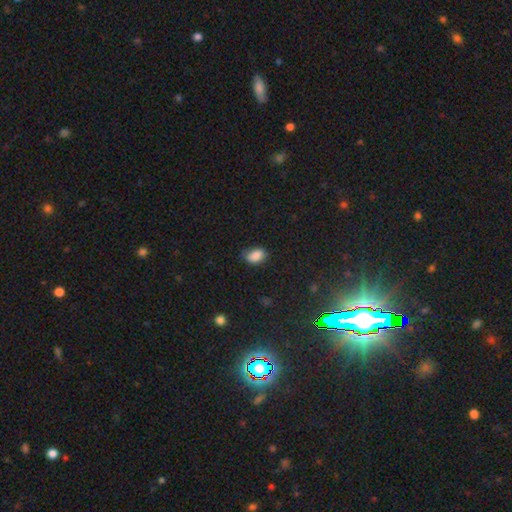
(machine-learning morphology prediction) Q: Smooth or featured?
A: smooth (87%); runner-up: star or artifact (9%)
Q: How rounded?
A: in between (87%); runner-up: round (12%)
Q: Merging?
A: none (66%); runner-up: minor disturbance (28%)